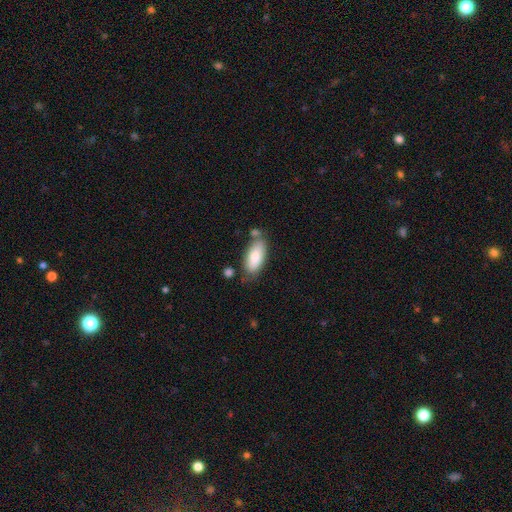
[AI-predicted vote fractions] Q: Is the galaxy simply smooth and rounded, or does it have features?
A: smooth — 81%.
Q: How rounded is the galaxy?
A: in between — 87%.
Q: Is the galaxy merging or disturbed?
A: none — 65%.